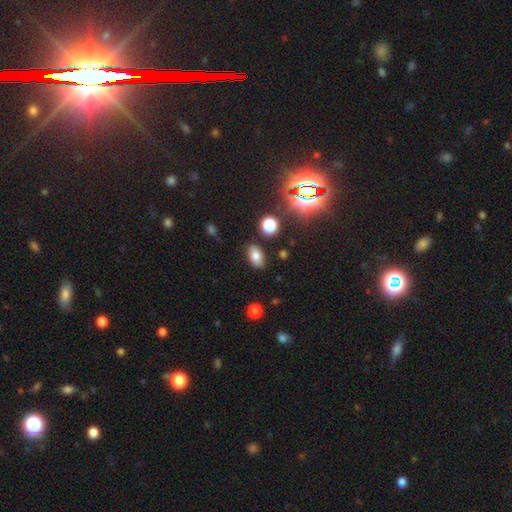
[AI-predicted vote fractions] This appears to be a smooth galaxy with no disk features (73%) that is in between round and cigar-shaped (88%). Merging: none (85%).